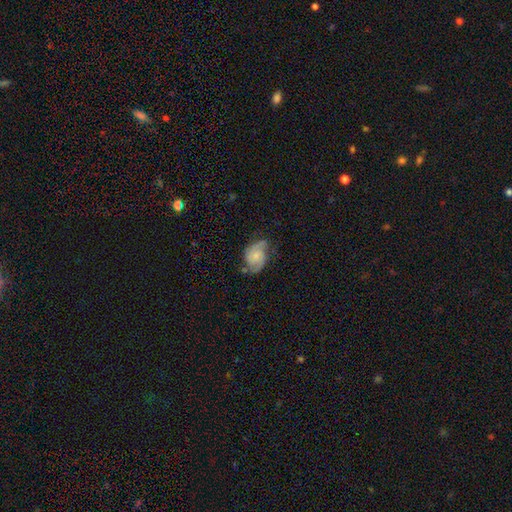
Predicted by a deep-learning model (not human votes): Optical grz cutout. It shows a featured or disk galaxy (67%) with no bar (63%), 2 (83%) medium (48%) spiral arms (93%) and a small central bulge (44%). Merging: none (58%).